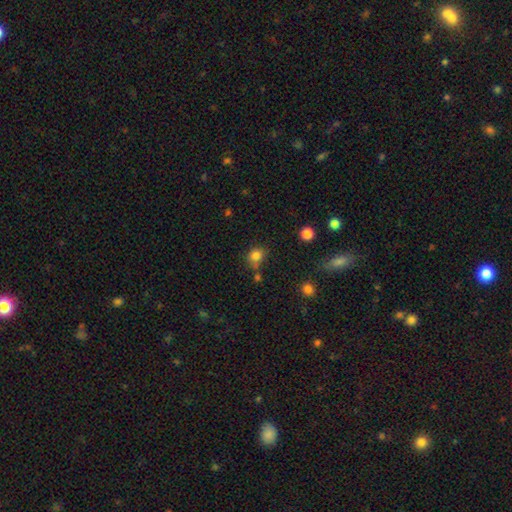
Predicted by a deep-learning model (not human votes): Q: Smooth or featured?
A: smooth (81%); runner-up: star or artifact (13%)
Q: How rounded?
A: round (66%); runner-up: in between (33%)
Q: Merging?
A: none (63%); runner-up: minor disturbance (18%)